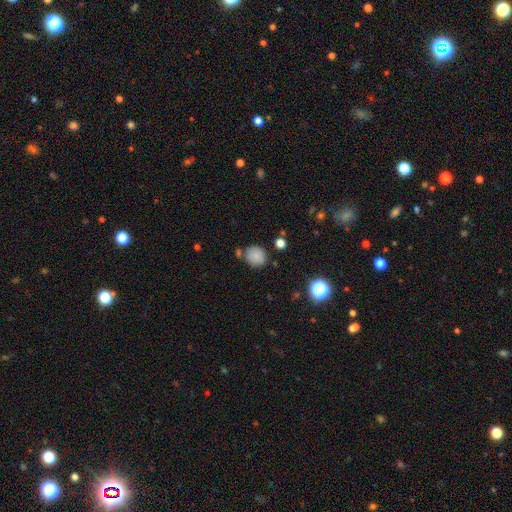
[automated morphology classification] This is clearly a smooth galaxy (83%). How rounded: clearly round (80%). Merging: likely none (73%).